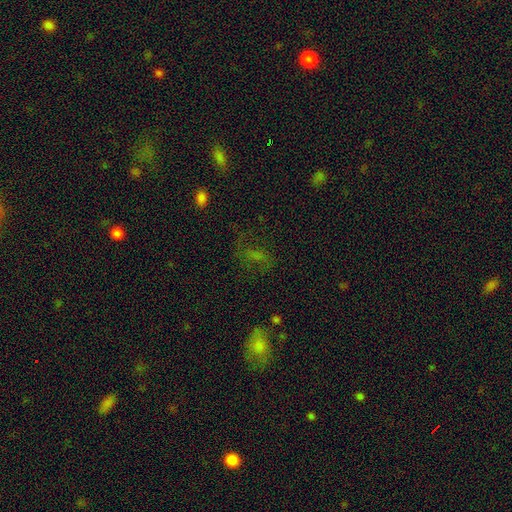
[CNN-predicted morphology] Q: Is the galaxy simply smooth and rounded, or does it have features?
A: smooth — 45%.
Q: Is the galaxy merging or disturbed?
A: none — 55%.